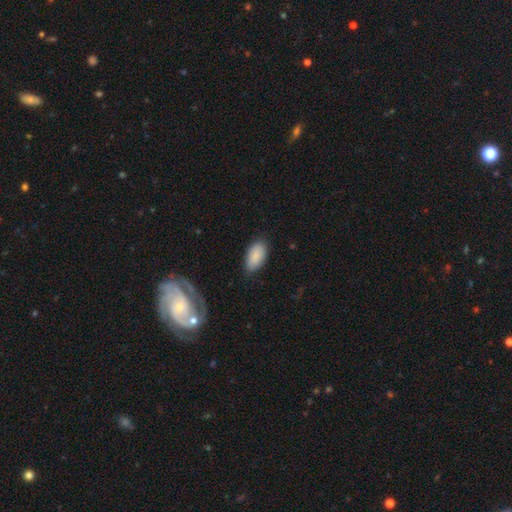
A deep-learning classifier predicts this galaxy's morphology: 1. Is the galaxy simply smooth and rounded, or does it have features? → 86% smooth, 7% featured or disk, 6% star or artifact.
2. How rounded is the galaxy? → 94% in between, 3% round, 3% cigar-shaped.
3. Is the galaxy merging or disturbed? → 81% none, 15% minor disturbance, 3% major disturbance, 1% merger.